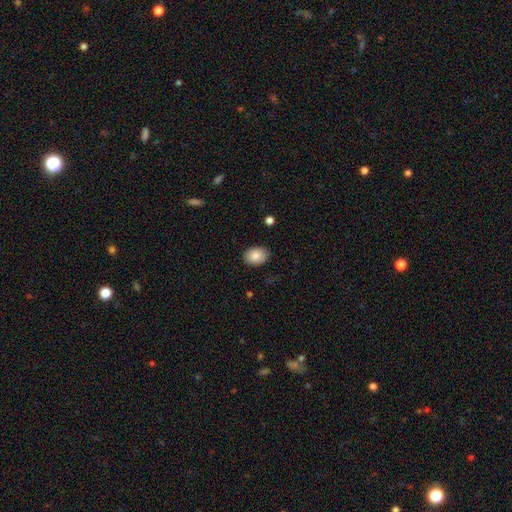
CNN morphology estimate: Smooth or featured? Predicted: smooth (p=0.85). How rounded? Predicted: in between (p=0.73). Merging? Predicted: none (p=0.87).